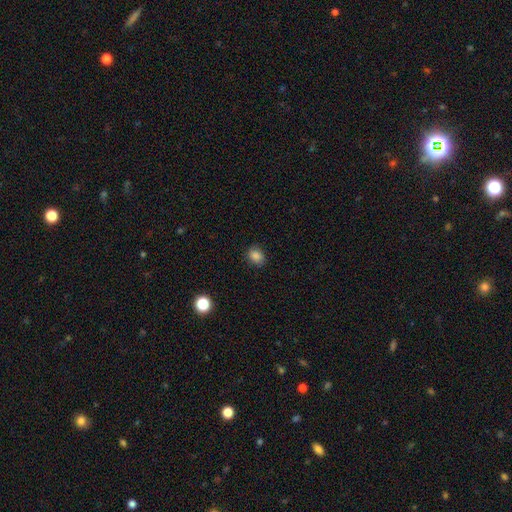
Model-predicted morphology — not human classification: smooth 84%, star or artifact 11%, featured or disk 5%. Down the decision tree: how rounded — in between (50%); merging — none (84%).